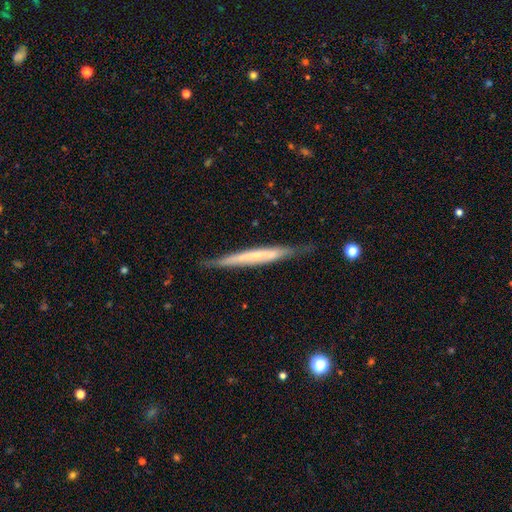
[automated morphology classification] A featured or disk galaxy (54%) viewed edge-on (93%) with no central bulge (75%). Merging: none (80%).